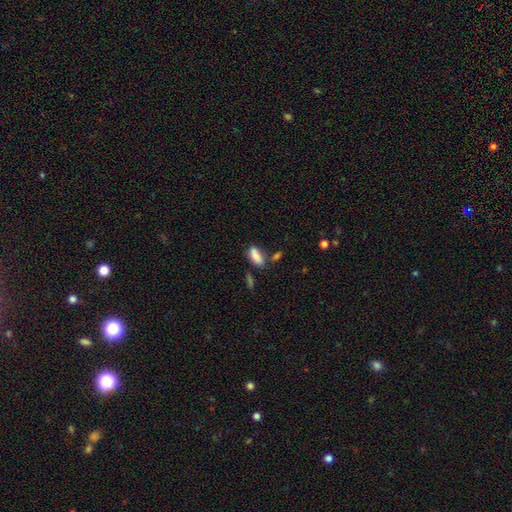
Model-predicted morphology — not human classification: A smooth galaxy with no disk features (84%) that is in between round and cigar-shaped (82%).

Vote fractions:
- Smooth or featured? smooth: 84% / star or artifact: 8% / featured or disk: 7%
- How rounded? in between: 82% / cigar-shaped: 16% / round: 3%
- Merging? none: 56% / minor disturbance: 20% / merger: 17% / major disturbance: 7%